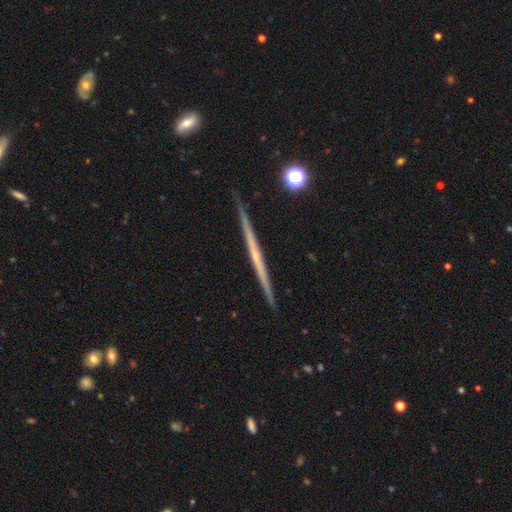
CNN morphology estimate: This appears to be a featured or disk galaxy (72%) viewed edge-on (98%) with no central bulge (77%). Merging: none (91%).